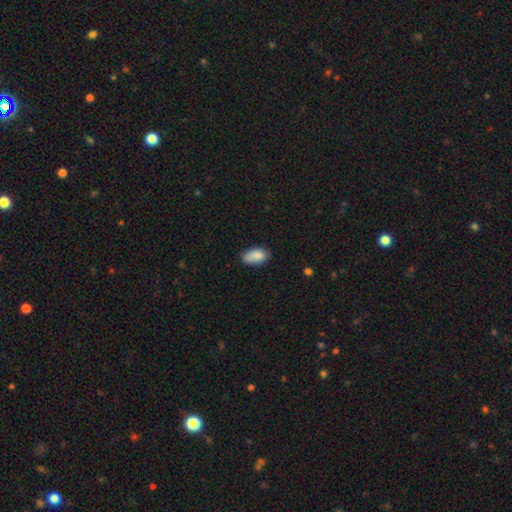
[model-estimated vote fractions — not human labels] smooth_or_featured: smooth (p=0.87) [alt: star or artifact p=0.07]
how_rounded: in between (p=0.93) [alt: round p=0.04]
merging: none (p=0.74) [alt: minor disturbance p=0.21]